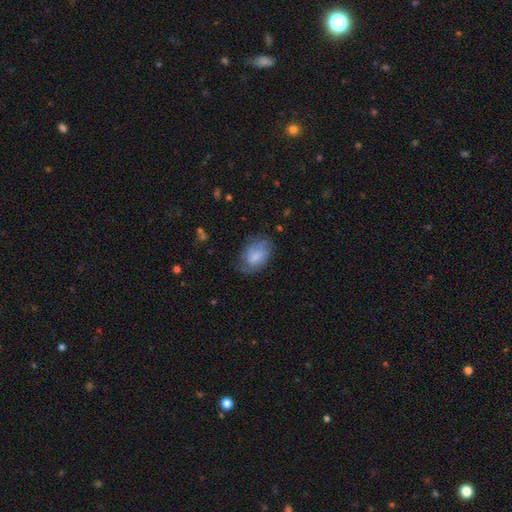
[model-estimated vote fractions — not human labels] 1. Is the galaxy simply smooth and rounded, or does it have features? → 46% smooth (tied), 46% featured or disk (tied), 8% star or artifact.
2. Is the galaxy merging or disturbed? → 49% none, 29% minor disturbance, 20% major disturbance, 2% merger.